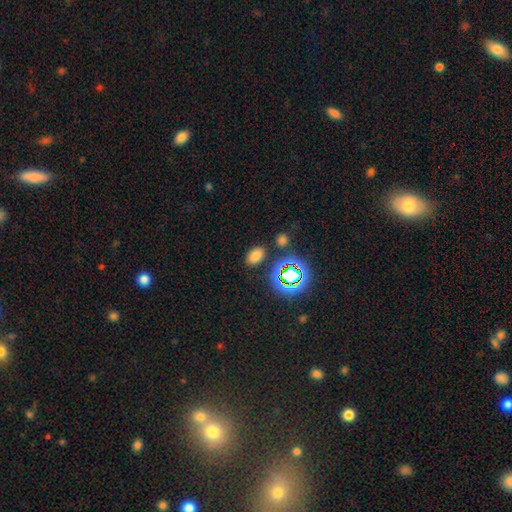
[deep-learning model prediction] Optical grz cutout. It shows a smooth galaxy with no disk features (73%) that is in between round and cigar-shaped (87%). Merging: none (85%).